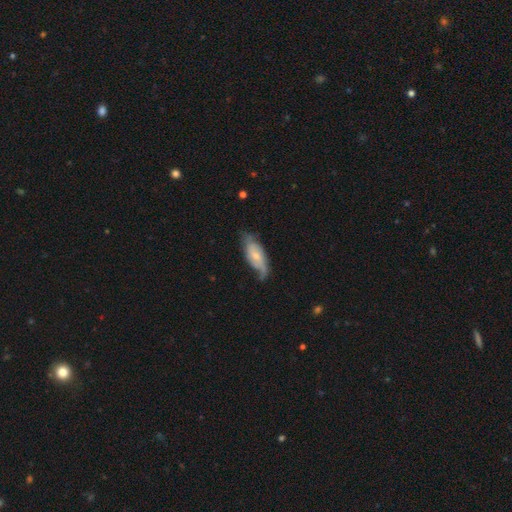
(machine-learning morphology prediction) type=featured or disk (64%); edge-on=no (87%); bar=no (59%); spiral arms=yes (89%); bulge=small (53%); merging=none (57%).